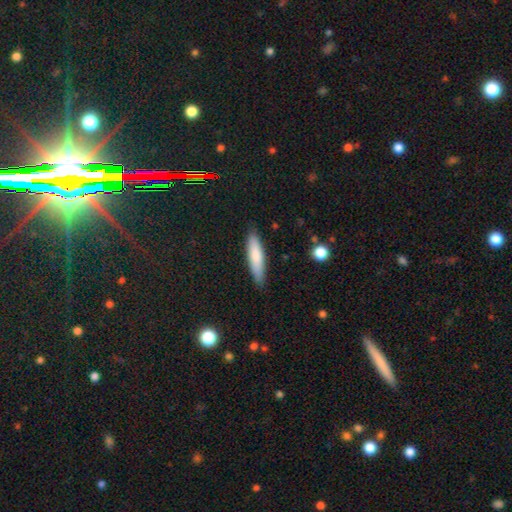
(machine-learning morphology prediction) Smooth or featured? Predicted: smooth (p=0.79). How rounded? Predicted: cigar-shaped (p=0.77). Merging? Predicted: none (p=0.87).